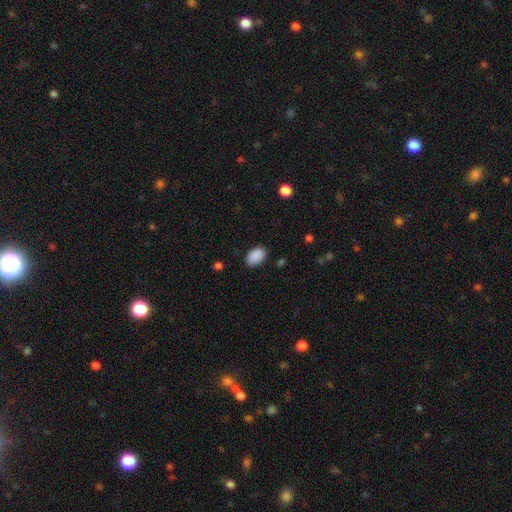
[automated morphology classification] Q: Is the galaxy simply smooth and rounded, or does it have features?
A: smooth — 90%.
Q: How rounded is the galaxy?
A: in between — 89%.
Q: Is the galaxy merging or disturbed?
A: none — 86%.